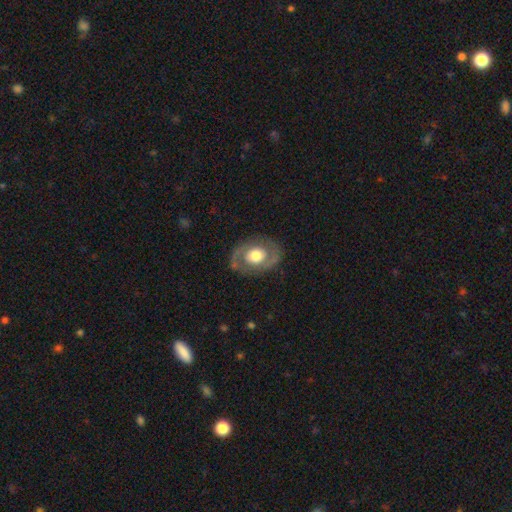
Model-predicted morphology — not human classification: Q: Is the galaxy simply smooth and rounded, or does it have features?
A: featured or disk — 72%.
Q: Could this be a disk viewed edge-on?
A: no — 96%.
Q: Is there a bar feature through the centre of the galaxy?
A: no — 74%.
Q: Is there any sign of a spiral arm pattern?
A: yes — 69%.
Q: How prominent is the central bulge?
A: moderate — 49%.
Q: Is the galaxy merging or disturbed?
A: none — 83%.